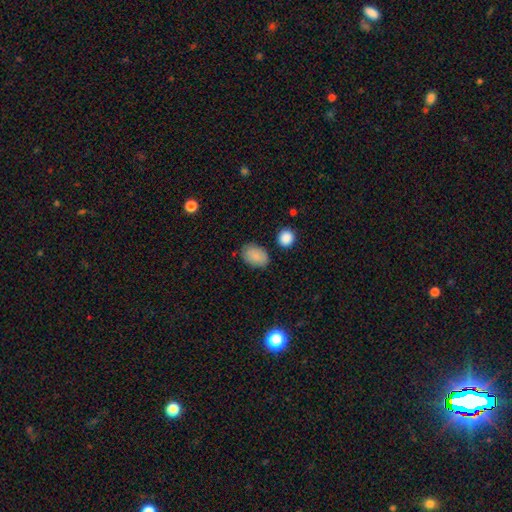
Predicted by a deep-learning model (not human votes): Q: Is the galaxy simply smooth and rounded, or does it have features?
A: smooth — 87%.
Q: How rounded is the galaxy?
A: in between — 86%.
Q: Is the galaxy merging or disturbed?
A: none — 79%.